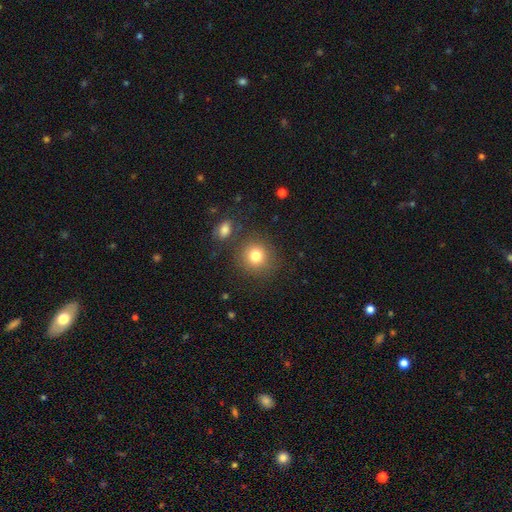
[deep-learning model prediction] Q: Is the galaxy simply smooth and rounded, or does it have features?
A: smooth — 81%.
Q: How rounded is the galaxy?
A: round — 89%.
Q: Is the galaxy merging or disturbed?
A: none — 81%.